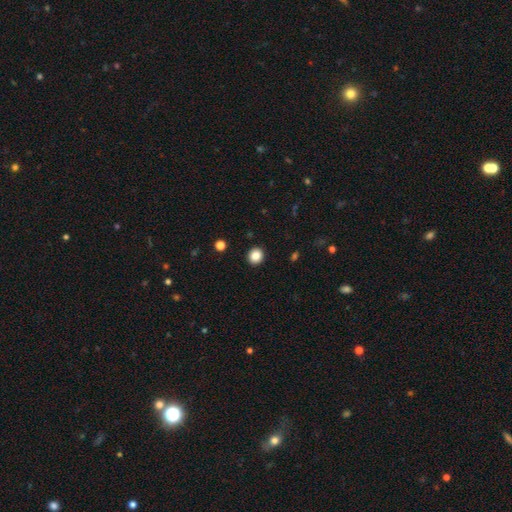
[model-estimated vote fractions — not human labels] smooth 85%, star or artifact 10%, featured or disk 5%. Down the decision tree: how rounded — round (86%); merging — none (93%).